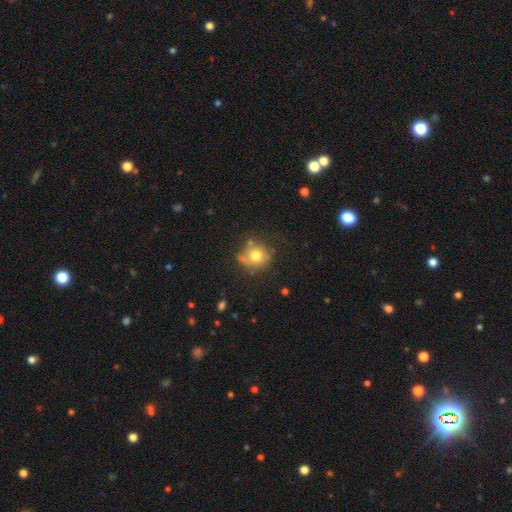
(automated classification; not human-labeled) Smooth or featured: smooth — 68% (featured or disk — 22%)
How rounded: round — 83% (in between — 16%)
Merging: none — 61% (minor disturbance — 23%)